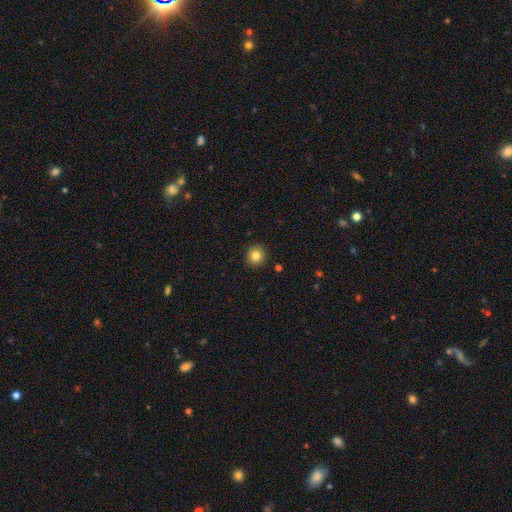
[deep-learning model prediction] smooth 83%, star or artifact 11%, featured or disk 7%. Down the decision tree: how rounded — round (95%); merging — none (92%).